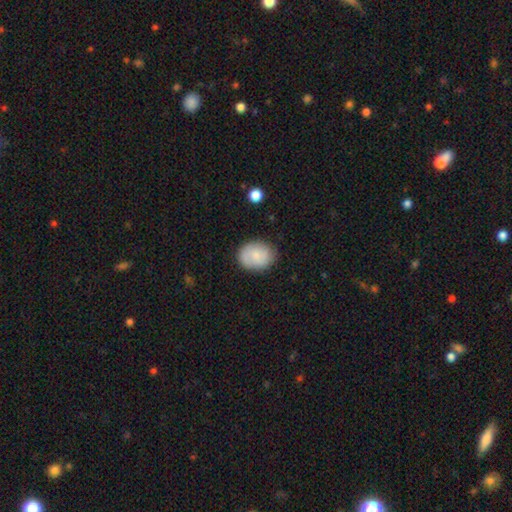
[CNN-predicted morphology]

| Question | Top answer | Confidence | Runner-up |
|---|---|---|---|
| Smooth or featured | smooth | 75% | featured or disk (17%) |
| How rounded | in between | 58% | round (41%) |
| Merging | none | 79% | minor disturbance (16%) |